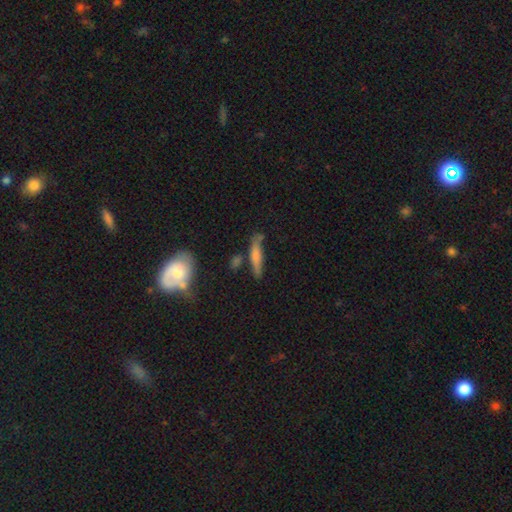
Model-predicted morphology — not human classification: Smooth or featured? Predicted: smooth (p=0.55). How rounded? Predicted: cigar-shaped (p=0.84). Merging? Predicted: none (p=0.71).